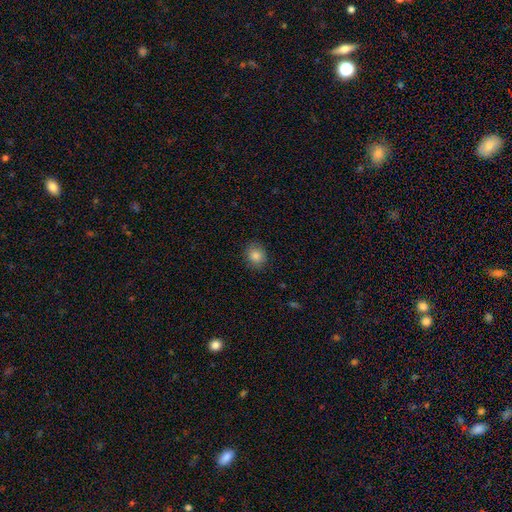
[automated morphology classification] Overall: smooth (84%). How rounded: round (64%; in between 35%). Merging: none (85%).